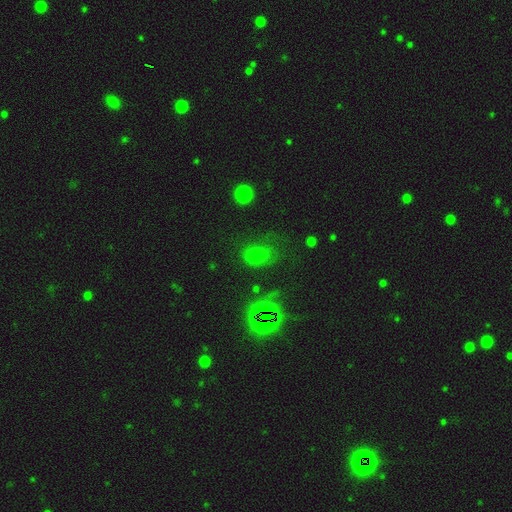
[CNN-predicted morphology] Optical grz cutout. It shows a smooth galaxy with no disk features (61%) that is in between round and cigar-shaped (73%). Merging: none (54%).